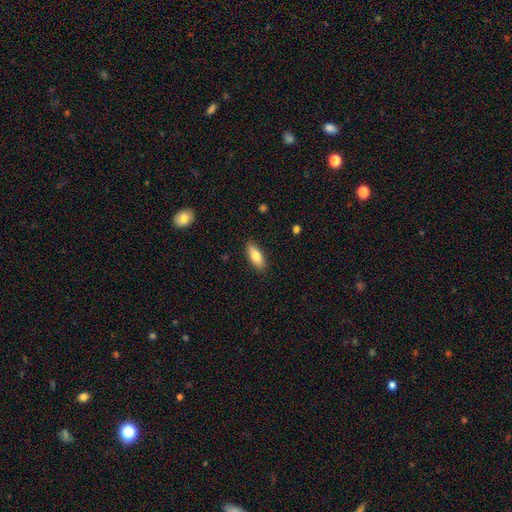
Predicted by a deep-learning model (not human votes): Morphology: type=smooth (81%); roundness=in between (75%); merging=none (87%).